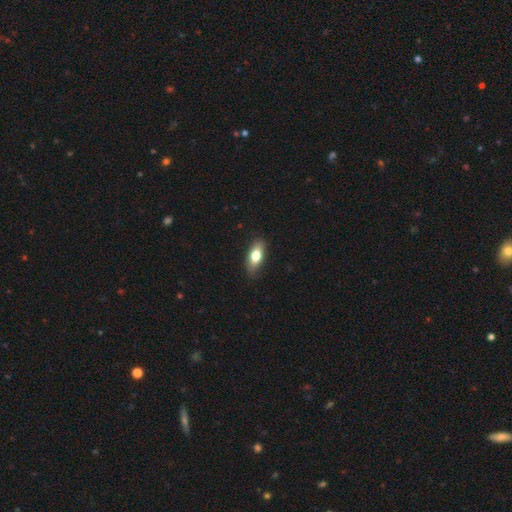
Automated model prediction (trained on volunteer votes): A smooth galaxy with no disk features (74%) that is in between round and cigar-shaped (79%). Merging: none (86%).